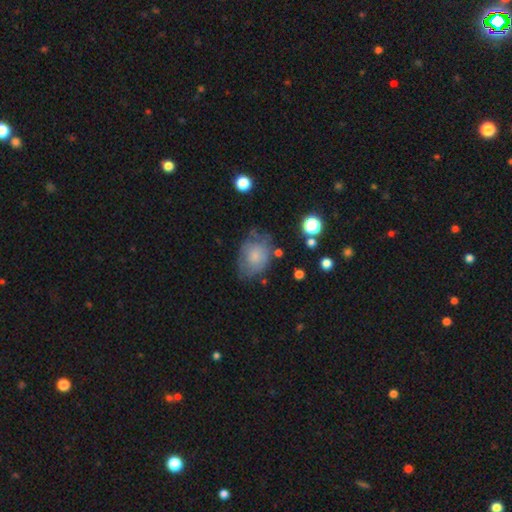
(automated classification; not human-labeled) smooth_or_featured: smooth (p=0.67) [alt: featured or disk p=0.24]
how_rounded: in between (p=0.66) [alt: round p=0.33]
merging: none (p=0.52) [alt: minor disturbance p=0.30]